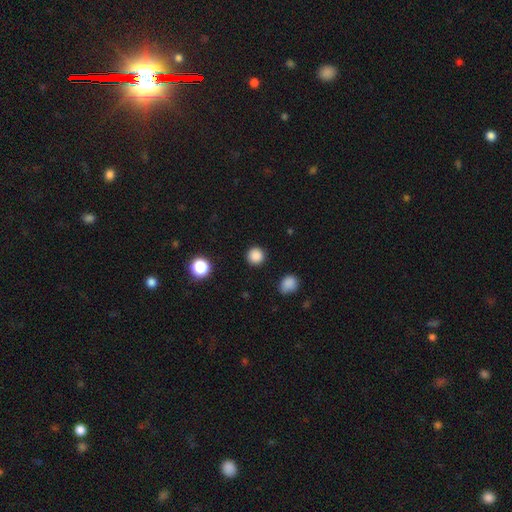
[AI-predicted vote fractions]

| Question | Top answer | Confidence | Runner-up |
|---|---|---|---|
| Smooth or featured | smooth | 86% | star or artifact (11%) |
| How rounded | round | 94% | in between (5%) |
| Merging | none | 90% | minor disturbance (6%) |